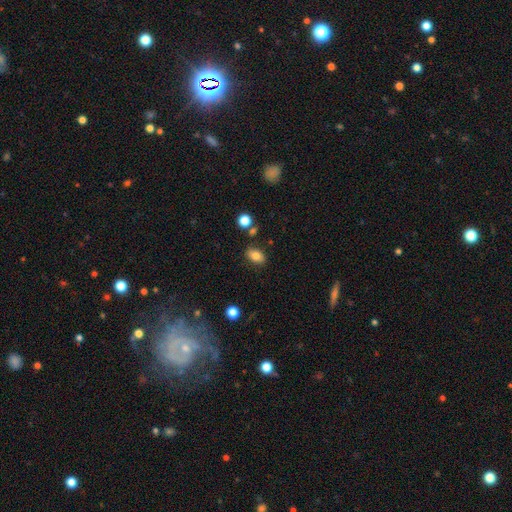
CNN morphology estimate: Overall: smooth (80%). How rounded: in between (85%). Merging: none (81%).